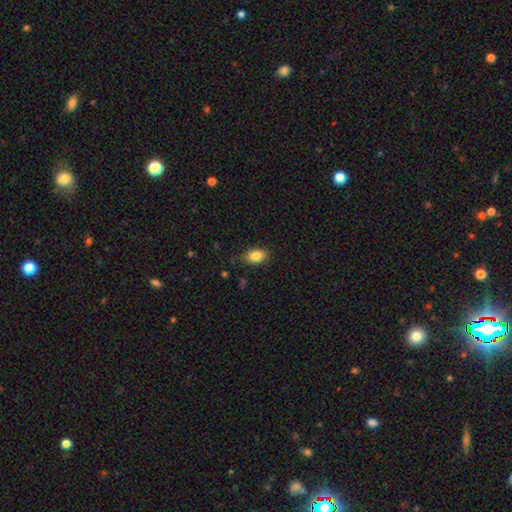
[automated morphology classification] This appears to be a smooth galaxy with no disk features (84%) that is in between round and cigar-shaped (84%). Merging: none (85%).